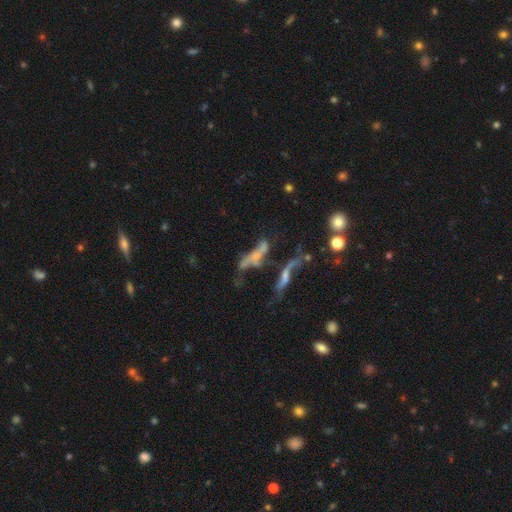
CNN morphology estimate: Smooth or featured?
  - featured or disk: 52% *
  - smooth: 29%
  - star or artifact: 19%
Edge-on disk?
  - no: 71% *
  - yes: 29%
Merging?
  - merger: 42% *
  - major disturbance: 24%
  - none: 23%
  - minor disturbance: 11%